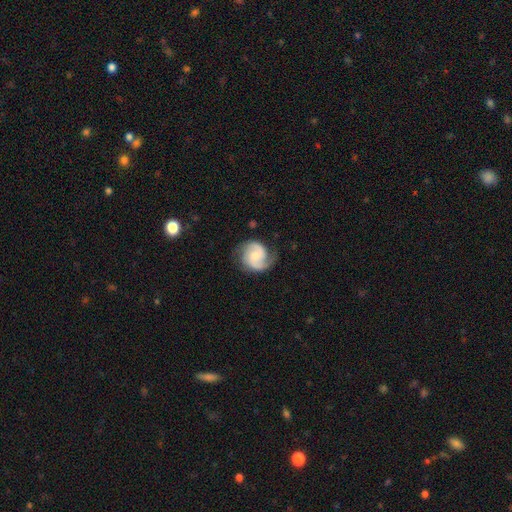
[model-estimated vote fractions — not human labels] Q: Smooth or featured?
A: featured or disk (82%); runner-up: smooth (13%)
Q: Edge-on disk?
A: no (98%); runner-up: yes (2%)
Q: Bar?
A: no (58%); runner-up: weak (35%)
Q: Spiral arms?
A: yes (97%); runner-up: no (3%)
Q: Spiral winding?
A: medium (49%); runner-up: tight (34%)
Q: Spiral arm count?
A: 2 (86%); runner-up: 1 (6%)
Q: Bulge size?
A: small (47%); runner-up: moderate (37%)
Q: Merging?
A: none (73%); runner-up: minor disturbance (18%)